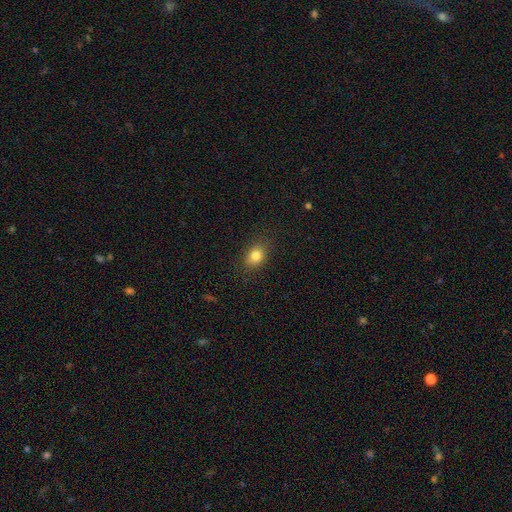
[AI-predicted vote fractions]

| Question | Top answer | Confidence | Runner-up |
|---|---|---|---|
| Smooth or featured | smooth | 82% | star or artifact (11%) |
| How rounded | in between | 66% | round (33%) |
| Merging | none | 83% | minor disturbance (13%) |